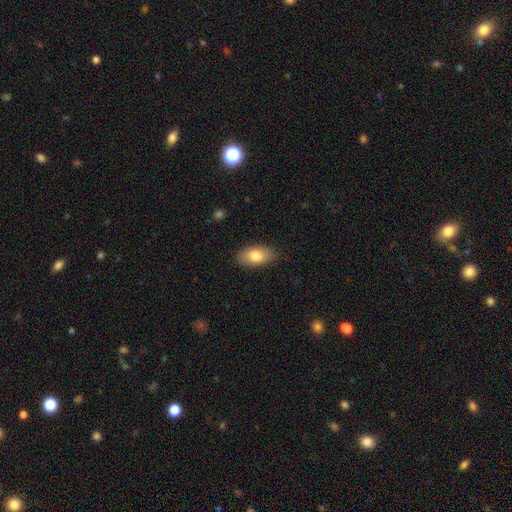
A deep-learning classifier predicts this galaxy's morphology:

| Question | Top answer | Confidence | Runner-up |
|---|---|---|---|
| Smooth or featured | smooth | 80% | featured or disk (13%) |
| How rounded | in between | 92% | round (4%) |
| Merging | none | 86% | minor disturbance (11%) |